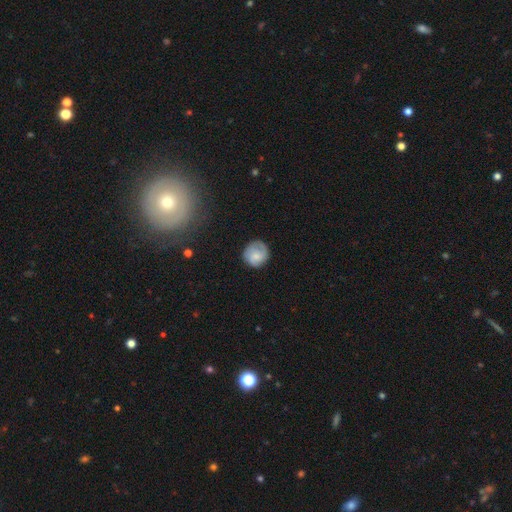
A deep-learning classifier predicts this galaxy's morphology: Smooth or featured? smooth (66%)
How rounded? round (85%)
Merging? none (71%)